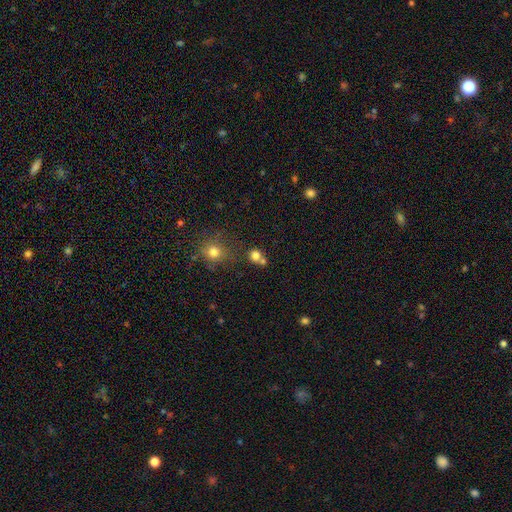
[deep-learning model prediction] Smooth or featured?
  - smooth: 76% *
  - star or artifact: 16%
  - featured or disk: 8%
How rounded?
  - round: 85% *
  - in between: 14%
  - cigar-shaped: 1%
Merging?
  - none: 54% *
  - merger: 34%
  - minor disturbance: 8%
  - major disturbance: 4%